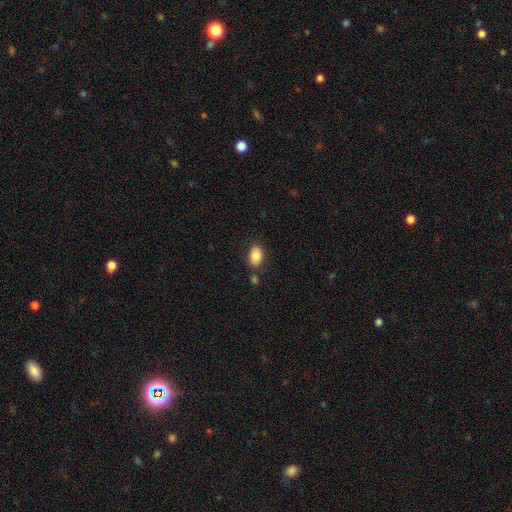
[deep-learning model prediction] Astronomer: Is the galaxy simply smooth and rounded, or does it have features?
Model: smooth — 85%.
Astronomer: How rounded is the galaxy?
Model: in between — 89%.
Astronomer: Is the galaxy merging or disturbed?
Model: none — 79%.